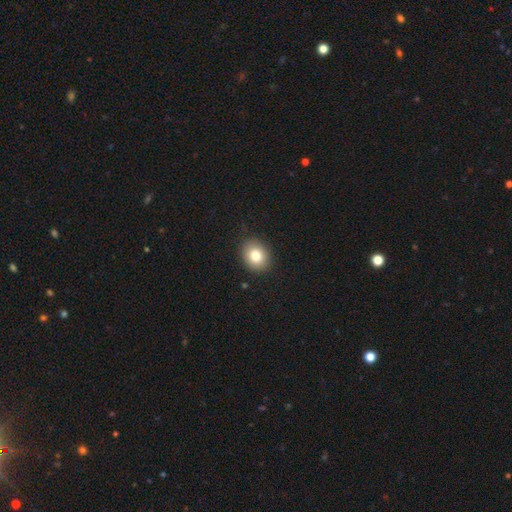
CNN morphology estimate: smooth-or-featured: smooth: 82% | star or artifact: 9% | featured or disk: 9%
  how-rounded: round: 55% | in between: 44% | cigar-shaped: 1%
  merging: none: 88% | minor disturbance: 9% | major disturbance: 2% | merger: 1%